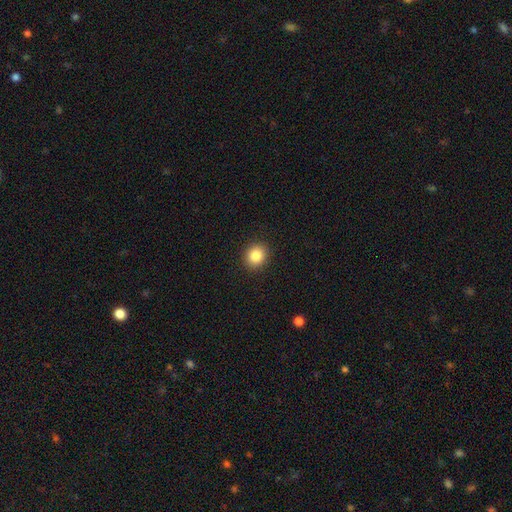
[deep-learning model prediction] Smooth or featured? smooth (86%)
How rounded? round (72%)
Merging? none (91%)